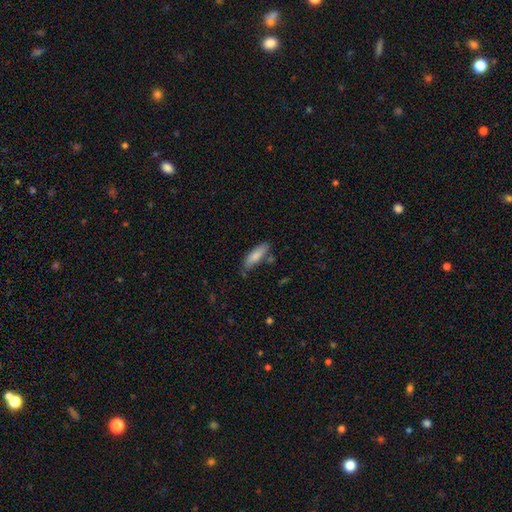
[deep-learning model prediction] smooth 82%, featured or disk 13%, star or artifact 6%. Down the decision tree: how rounded — cigar-shaped (50%); merging — none (70%).